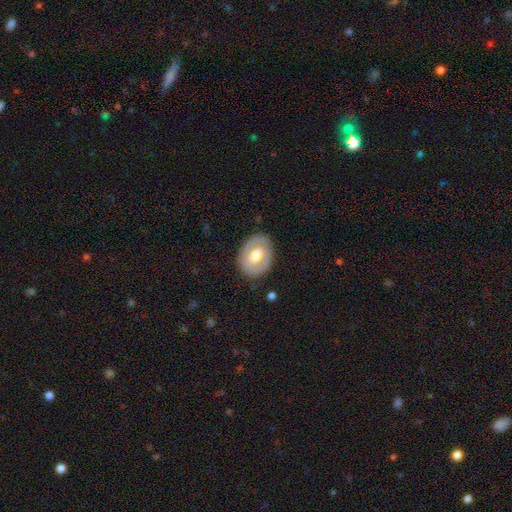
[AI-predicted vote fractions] Morphology: type=featured or disk (49%); merging=none (83%).